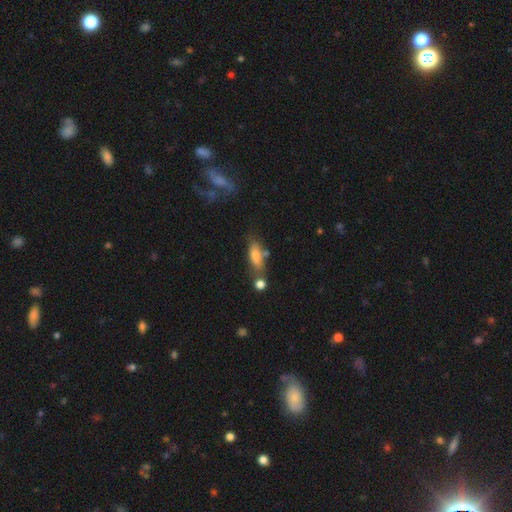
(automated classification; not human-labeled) Q: Smooth or featured?
A: smooth (71%); runner-up: featured or disk (20%)
Q: How rounded?
A: in between (56%); runner-up: cigar-shaped (40%)
Q: Merging?
A: none (58%); runner-up: minor disturbance (20%)